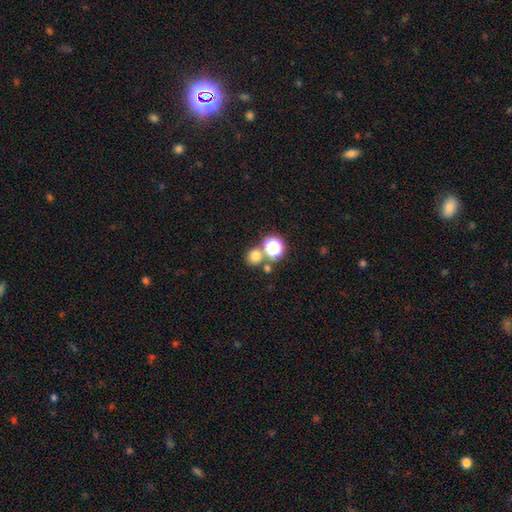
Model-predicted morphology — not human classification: smooth_or_featured: smooth (p=0.73) [alt: star or artifact p=0.20]
how_rounded: round (p=0.84) [alt: in between p=0.15]
merging: none (p=0.65) [alt: merger p=0.24]